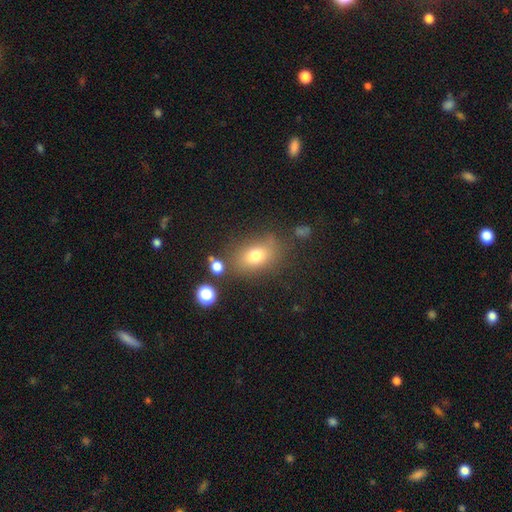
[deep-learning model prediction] This is likely a smooth galaxy (73%). How rounded: likely in between (74%). Merging: likely none (72%).